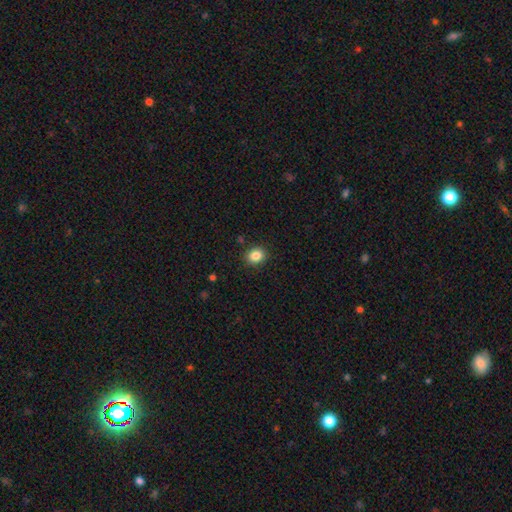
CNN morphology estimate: Smooth or featured? Predicted: smooth (p=0.85). How rounded? Predicted: round (p=0.60). Merging? Predicted: none (p=0.89).